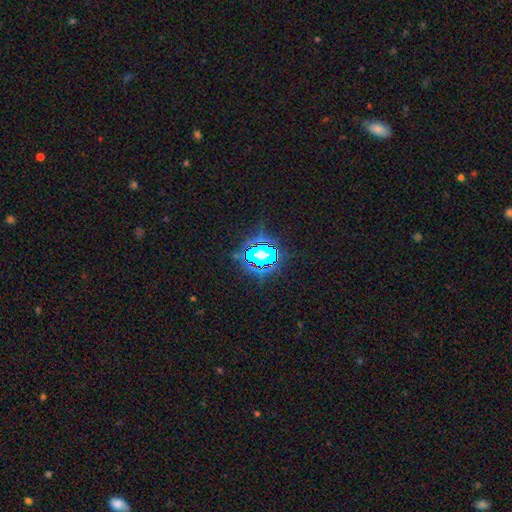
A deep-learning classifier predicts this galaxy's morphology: The model was most divided on "smooth or featured": star or artifact: 80%, smooth: 13%, featured or disk: 8%.